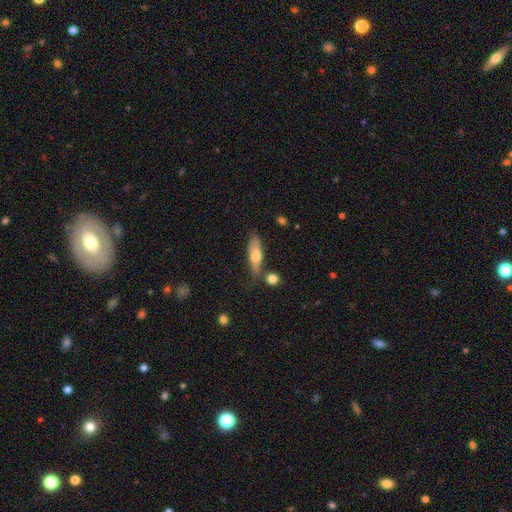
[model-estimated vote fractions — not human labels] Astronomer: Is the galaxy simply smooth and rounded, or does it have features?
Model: smooth — 63%.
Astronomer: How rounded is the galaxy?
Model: cigar-shaped — 51% (runner-up: in between, 47%).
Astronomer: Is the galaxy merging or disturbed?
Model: none — 67%.